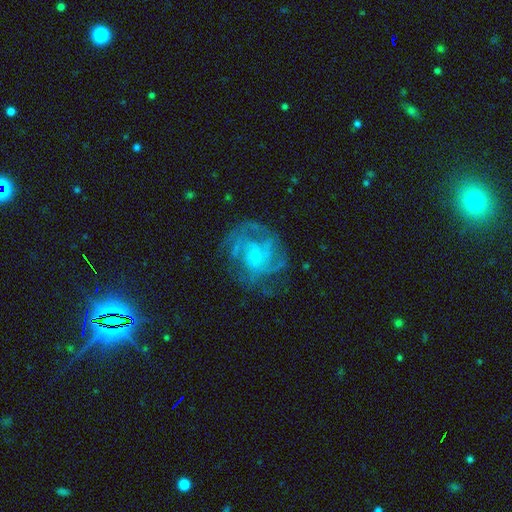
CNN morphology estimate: A featured or disk galaxy (74%) with no bar (61%), tight (44%) spiral arms (85%) and a small central bulge (43%).

Vote fractions:
- Smooth or featured? featured or disk: 74% / smooth: 17% / star or artifact: 10%
- Edge-on disk? no: 98% / yes: 2%
- Bar? no: 61% / weak: 33% / strong: 5%
- Spiral arms? yes: 85% / no: 15%
- Spiral winding? tight: 44% / medium: 41% / loose: 15%
- Spiral arm count? can't tell: 38% / 3: 22% / 4: 16% / 2: 13% / more than 4: 6% / 1: 6%
- Bulge size? small: 43% / none: 32% / moderate: 21% / large: 3% / dominant: 1%
- Merging? none: 66% / minor disturbance: 18% / major disturbance: 15% / merger: 1%